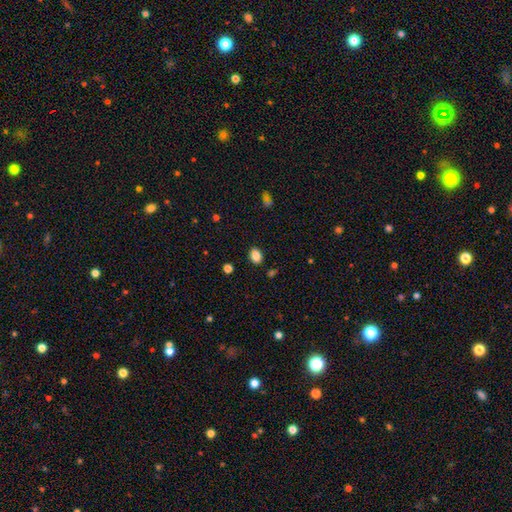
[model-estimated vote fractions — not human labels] Smooth or featured? Predicted: smooth (p=0.86). How rounded? Predicted: in between (p=0.72). Merging? Predicted: none (p=0.87).